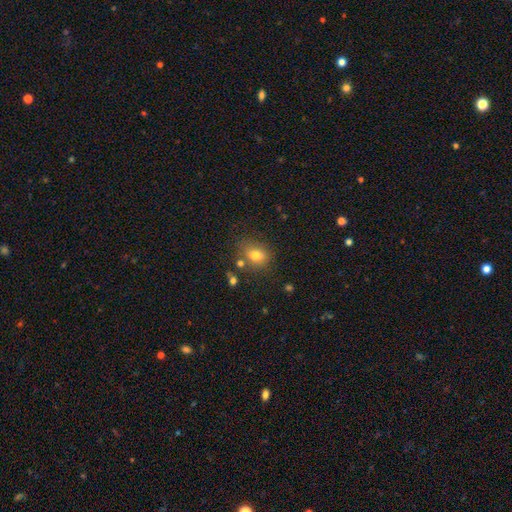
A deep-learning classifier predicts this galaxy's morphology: Smooth or featured? Predicted: smooth (p=0.76). How rounded? Predicted: round (p=0.51). Merging? Predicted: none (p=0.71).